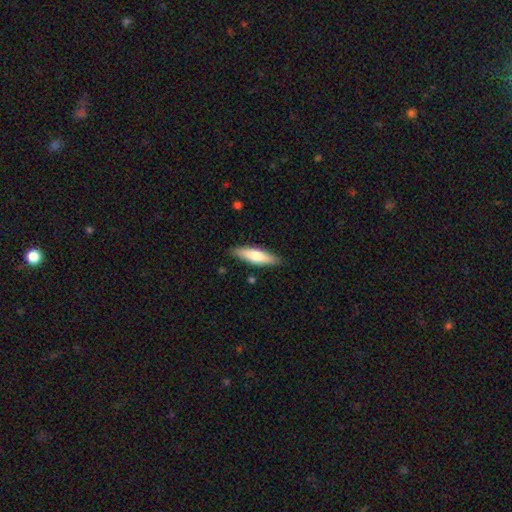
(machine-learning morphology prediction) Q: Smooth or featured?
A: smooth (65%); runner-up: featured or disk (30%)
Q: How rounded?
A: cigar-shaped (66%); runner-up: in between (32%)
Q: Merging?
A: none (88%); runner-up: minor disturbance (9%)